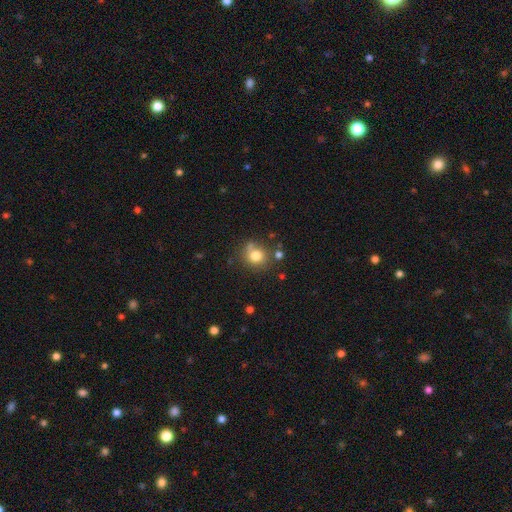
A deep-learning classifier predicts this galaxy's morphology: Smooth or featured? Predicted: smooth (p=0.78). How rounded? Predicted: round (p=0.84). Merging? Predicted: none (p=0.66).